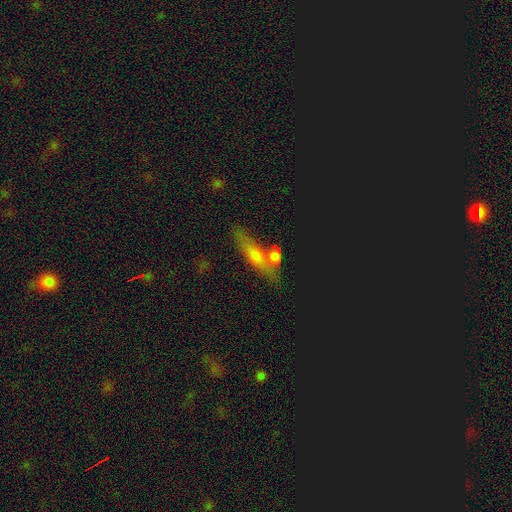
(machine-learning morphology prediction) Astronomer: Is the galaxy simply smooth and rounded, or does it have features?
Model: smooth — 47% (runner-up: star or artifact, 27%).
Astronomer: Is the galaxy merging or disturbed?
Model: none — 64%.